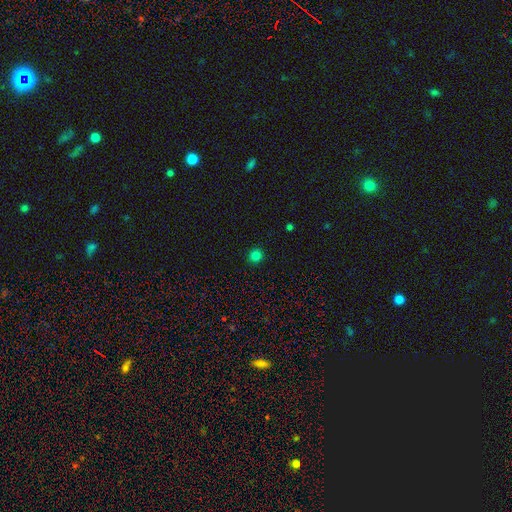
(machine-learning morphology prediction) smooth_or_featured: smooth (p=0.81) [alt: star or artifact p=0.15]
how_rounded: round (p=0.93) [alt: in between p=0.06]
merging: none (p=0.92) [alt: minor disturbance p=0.05]